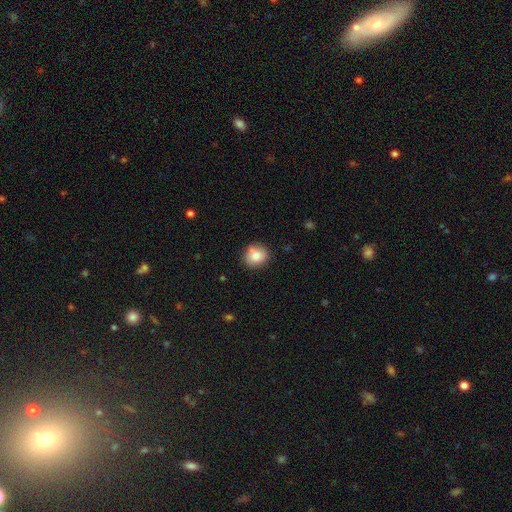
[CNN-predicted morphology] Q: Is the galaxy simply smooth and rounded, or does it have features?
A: smooth — 83%.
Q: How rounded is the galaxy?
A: round — 82%.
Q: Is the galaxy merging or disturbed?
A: none — 77%.